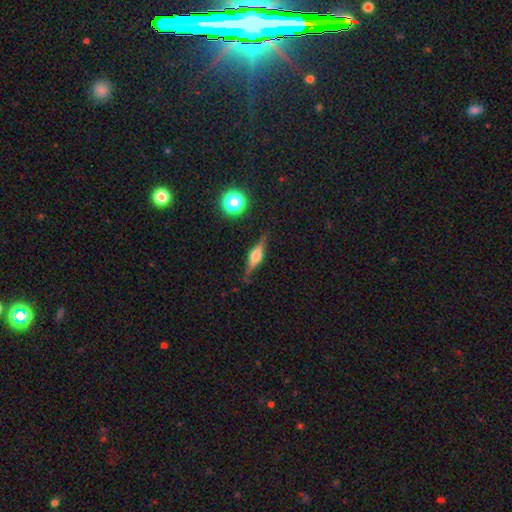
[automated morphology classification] Smooth or featured: featured or disk — 72% (smooth — 20%)
Edge-on disk: yes — 96% (no — 4%)
Edge-on bulge: rounded — 82% (boxy — 15%)
Merging: none — 84% (minor disturbance — 11%)